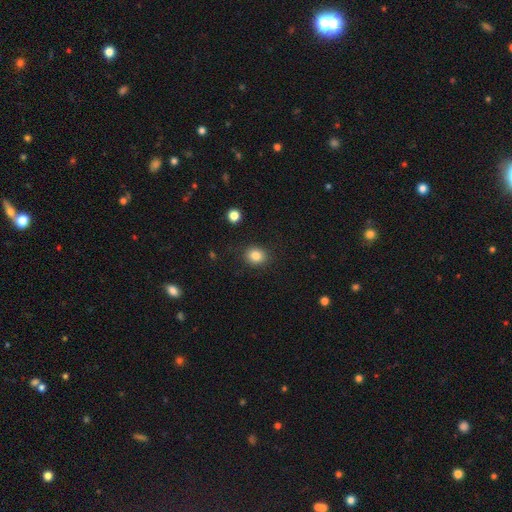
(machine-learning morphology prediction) Overall: smooth (84%). How rounded: round (70%). Merging: none (88%).